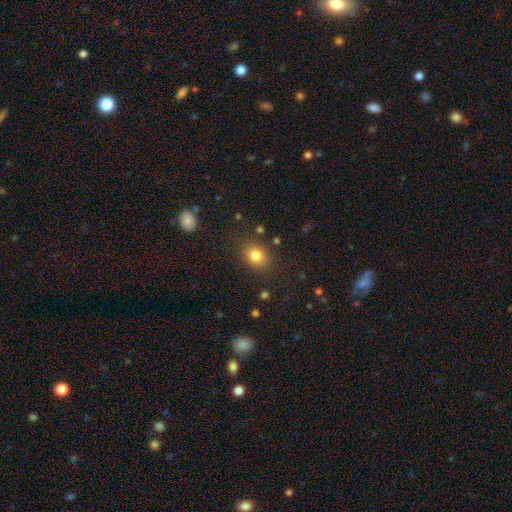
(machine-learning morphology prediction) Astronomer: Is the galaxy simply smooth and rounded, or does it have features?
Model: smooth — 80%.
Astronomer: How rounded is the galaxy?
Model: round — 51% (runner-up: in between, 48%).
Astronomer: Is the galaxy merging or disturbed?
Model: none — 82%.